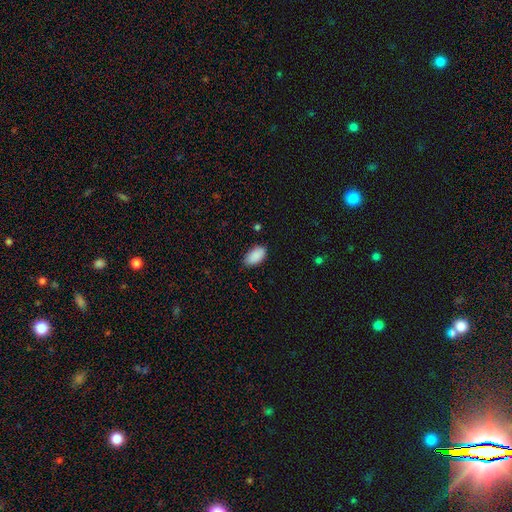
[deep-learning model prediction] This is clearly a smooth galaxy (90%). How rounded: clearly in between (95%). Merging: clearly none (80%).